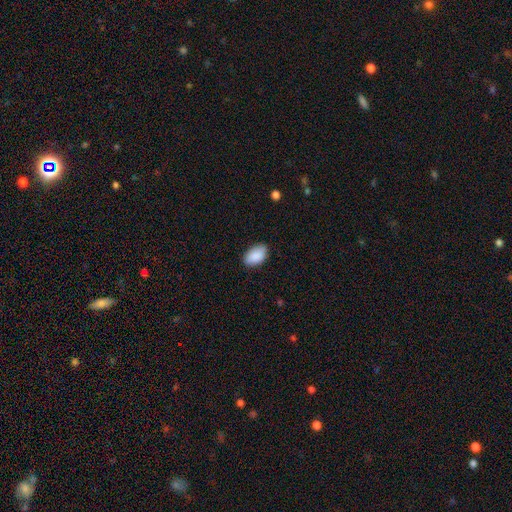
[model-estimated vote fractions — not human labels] Q: Smooth or featured?
A: smooth (89%); runner-up: star or artifact (6%)
Q: How rounded?
A: in between (94%); runner-up: round (5%)
Q: Merging?
A: none (85%); runner-up: minor disturbance (12%)